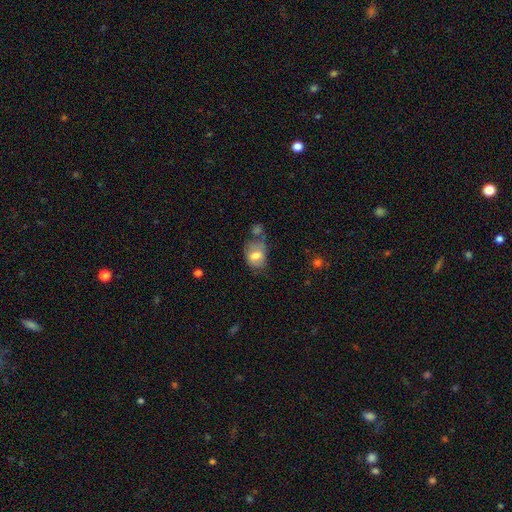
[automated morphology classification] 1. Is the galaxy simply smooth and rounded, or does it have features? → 66% smooth, 25% featured or disk, 8% star or artifact.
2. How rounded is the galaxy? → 65% in between, 34% round, 1% cigar-shaped.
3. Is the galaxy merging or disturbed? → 47% none, 26% minor disturbance, 15% merger, 12% major disturbance.